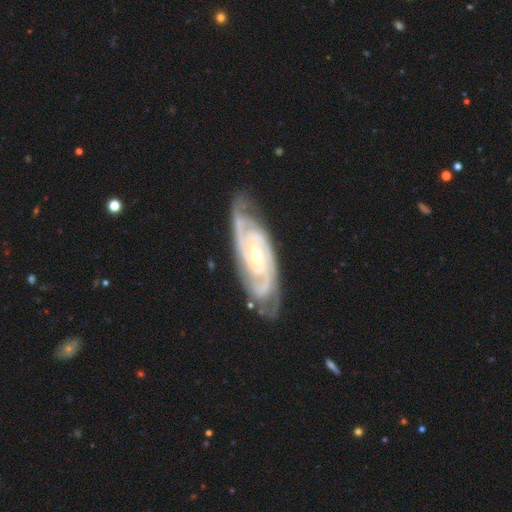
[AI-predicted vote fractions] Smooth or featured? Predicted: featured or disk (p=0.91). Edge-on disk? Predicted: no (p=0.93). Bar? Predicted: no (p=0.55). Spiral arms? Predicted: yes (p=0.98). Spiral winding? Predicted: tight (p=0.72). Spiral arm count? Predicted: 2 (p=0.35). Bulge size? Predicted: small (p=0.62). Merging? Predicted: none (p=0.78).